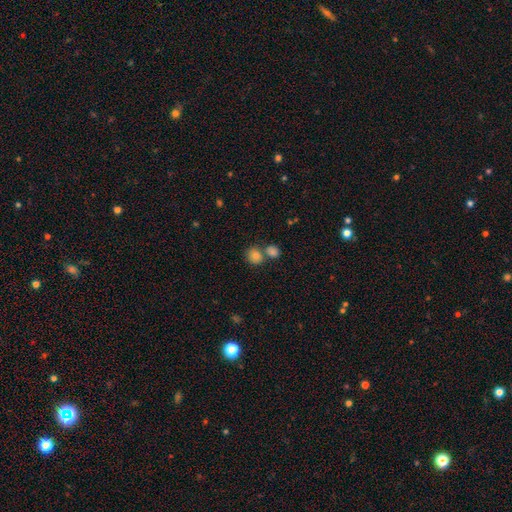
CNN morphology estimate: The model was most divided on "merging": none: 56%, merger: 33%, minor disturbance: 9%, major disturbance: 3%. More confident: smooth or featured — smooth (81%); how rounded — round (79%).